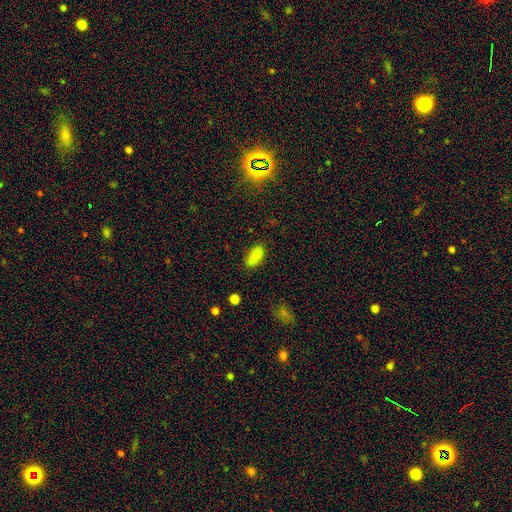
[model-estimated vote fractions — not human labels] The model was most divided on "merging": none: 76%, minor disturbance: 17%, major disturbance: 4%, merger: 2%. More confident: how rounded — in between (86%); smooth or featured — smooth (84%).